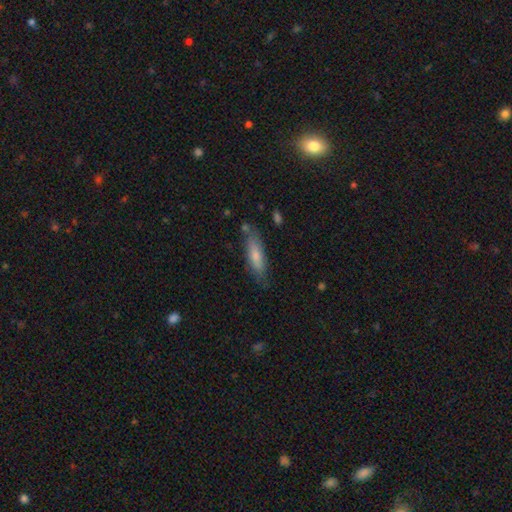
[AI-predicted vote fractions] Overall: smooth (72%). How rounded: cigar-shaped (62%; in between 36%). Merging: none (74%).